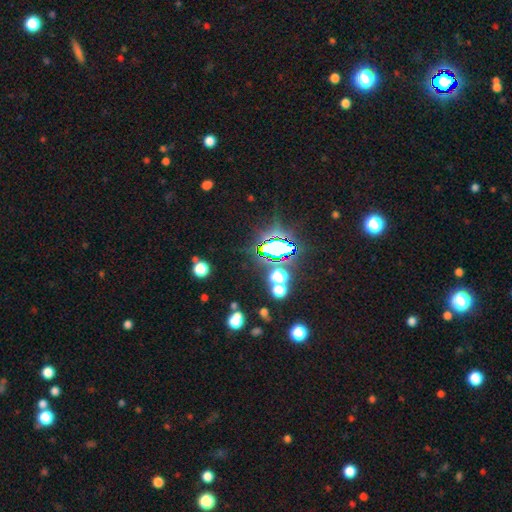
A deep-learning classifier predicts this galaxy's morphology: Smooth or featured: star or artifact — 81% (smooth — 12%)